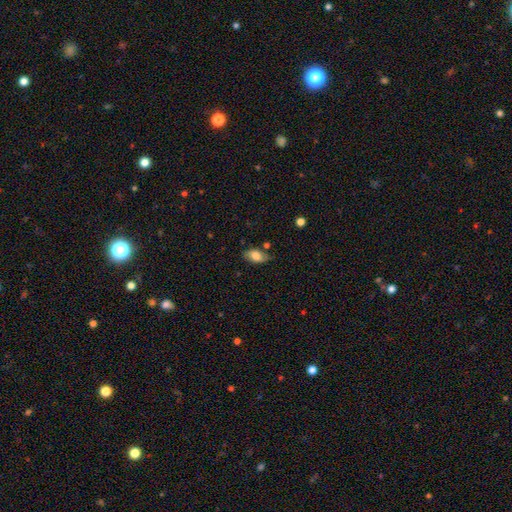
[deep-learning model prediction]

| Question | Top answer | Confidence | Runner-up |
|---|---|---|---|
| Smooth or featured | smooth | 71% | featured or disk (21%) |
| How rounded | in between | 90% | round (6%) |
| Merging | none | 67% | minor disturbance (24%) |